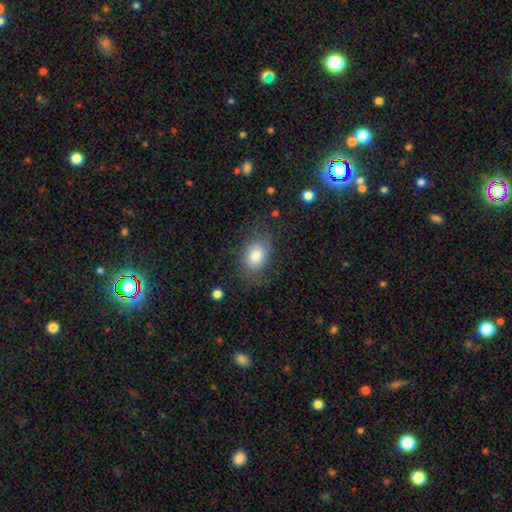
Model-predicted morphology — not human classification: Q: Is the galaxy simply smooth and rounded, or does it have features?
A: smooth — 77%.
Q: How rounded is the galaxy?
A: in between — 74%.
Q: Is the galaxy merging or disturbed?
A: none — 63%.